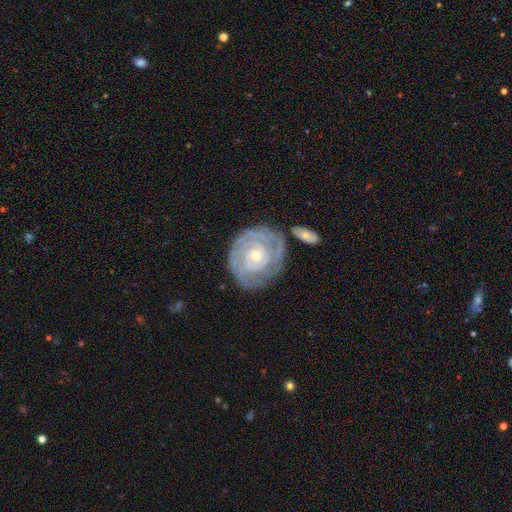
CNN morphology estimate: Q: Smooth or featured?
A: featured or disk (82%); runner-up: smooth (12%)
Q: Edge-on disk?
A: no (97%); runner-up: yes (3%)
Q: Bar?
A: no (80%); runner-up: weak (16%)
Q: Spiral arms?
A: yes (91%); runner-up: no (9%)
Q: Spiral winding?
A: tight (82%); runner-up: medium (14%)
Q: Spiral arm count?
A: can't tell (38%); runner-up: 2 (28%)
Q: Bulge size?
A: small (68%); runner-up: moderate (28%)
Q: Merging?
A: none (70%); runner-up: minor disturbance (16%)